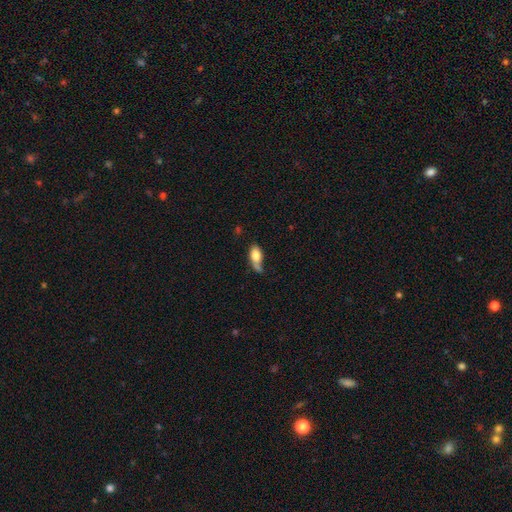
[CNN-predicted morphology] type=smooth (75%); roundness=in between (85%); merging=none (33%).